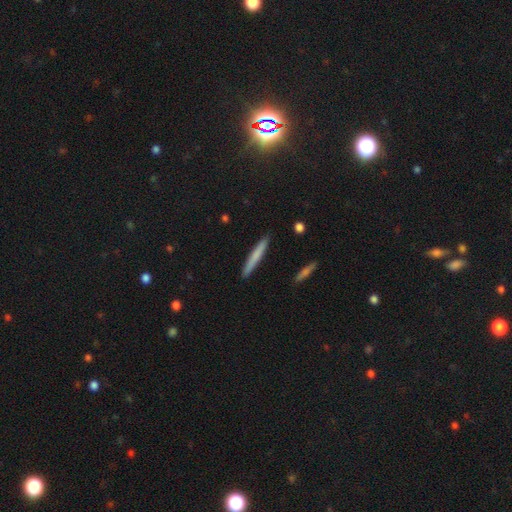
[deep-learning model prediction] Q: Smooth or featured?
A: smooth (69%); runner-up: featured or disk (25%)
Q: How rounded?
A: cigar-shaped (96%); runner-up: in between (3%)
Q: Merging?
A: none (91%); runner-up: minor disturbance (7%)